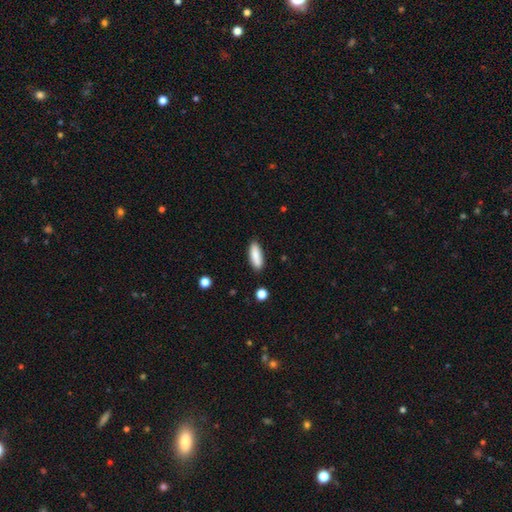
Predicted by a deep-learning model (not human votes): smooth-or-featured: smooth: 86% | featured or disk: 8% | star or artifact: 6%
  how-rounded: in between: 59% | cigar-shaped: 40% | round: 2%
  merging: none: 86% | minor disturbance: 10% | major disturbance: 2% | merger: 2%